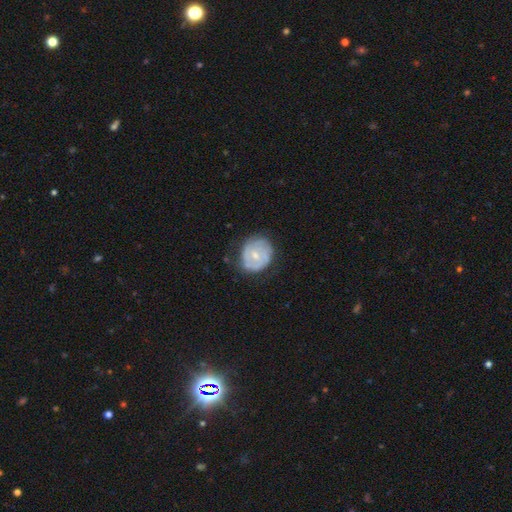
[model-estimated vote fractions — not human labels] This is likely a featured or disk galaxy (68%). It is clearly not viewed edge-on (98%). Bar: likely no (63%). Spiral arm pattern: likely yes (76%). Spiral arm count: marginally can't tell (41%). Spiral winding: likely tight (62%). Central bulge: possibly small (54%). Merging: likely none (66%).